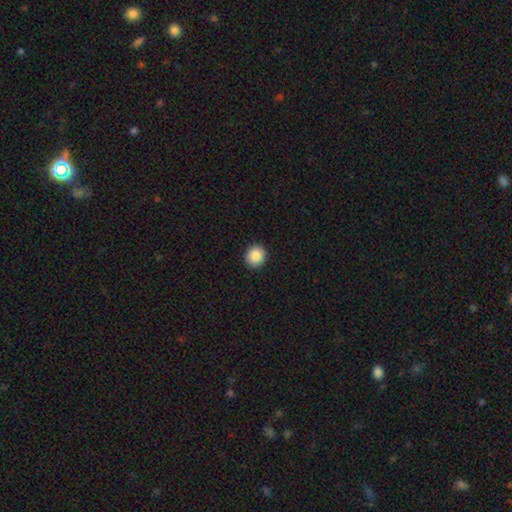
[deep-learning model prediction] The model was most divided on "smooth or featured": smooth: 88%, star or artifact: 9%, featured or disk: 4%. More confident: merging — none (92%); how rounded — round (90%).